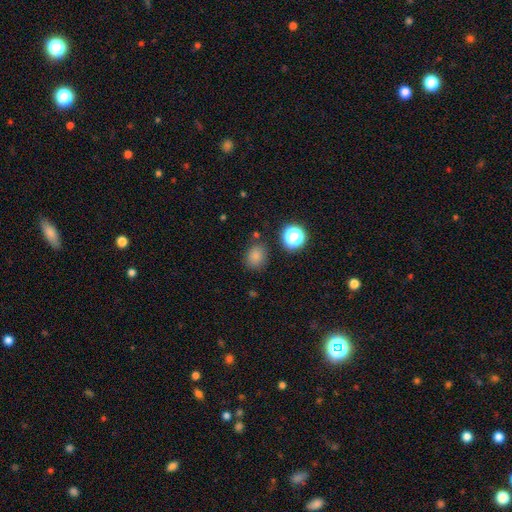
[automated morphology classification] This appears to be a smooth galaxy with no disk features (79%) that is round (56%). Merging: none (79%).